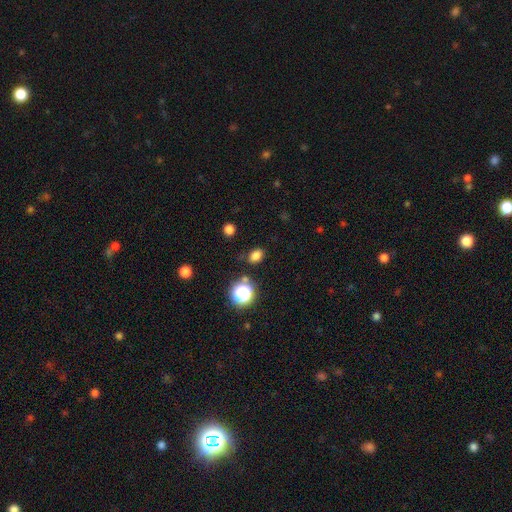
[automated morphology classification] type=smooth (78%); roundness=in between (66%); merging=none (82%).